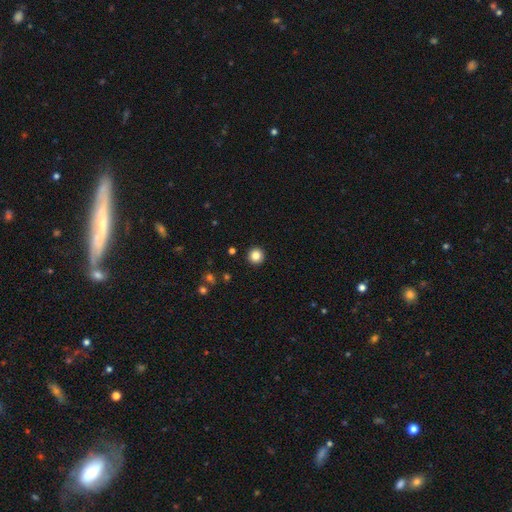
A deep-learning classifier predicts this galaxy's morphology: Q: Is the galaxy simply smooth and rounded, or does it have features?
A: smooth — 85%.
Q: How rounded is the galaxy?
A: round — 96%.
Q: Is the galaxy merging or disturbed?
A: none — 93%.